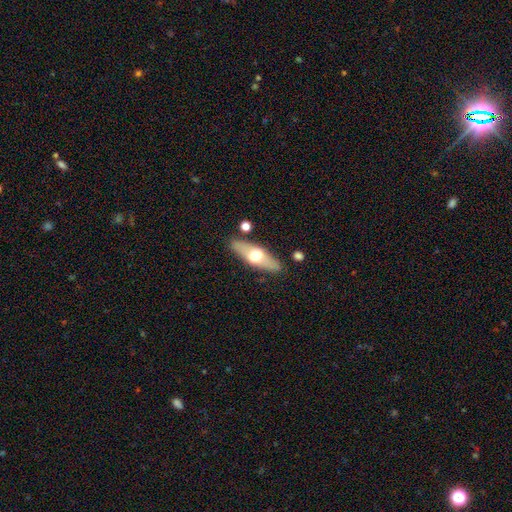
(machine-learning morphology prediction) type=featured or disk (49%); merging=none (85%).